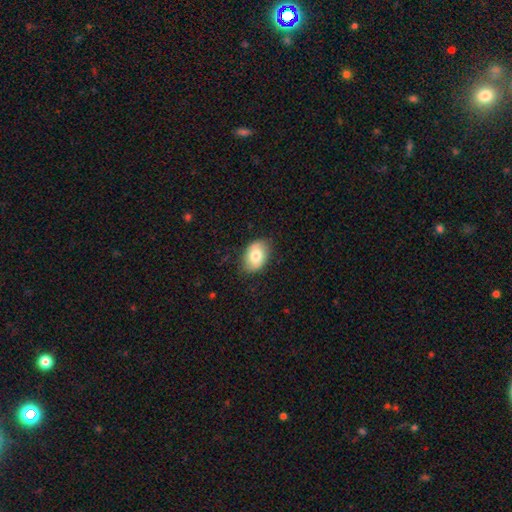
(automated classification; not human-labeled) A smooth galaxy with no disk features (76%) that is in between round and cigar-shaped (85%). Merging: none (83%).